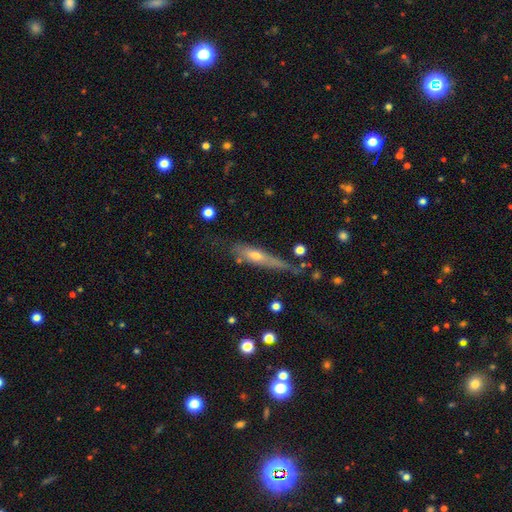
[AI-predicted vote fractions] smooth-or-featured: featured or disk: 48% | smooth: 44% | star or artifact: 8%
  merging: none: 48% | minor disturbance: 30% | major disturbance: 15% | merger: 6%